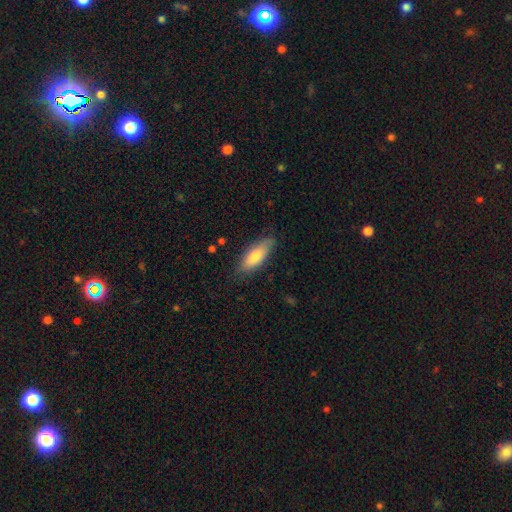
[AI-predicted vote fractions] Smooth or featured? smooth (75%)
How rounded? in between (62%)
Merging? none (80%)